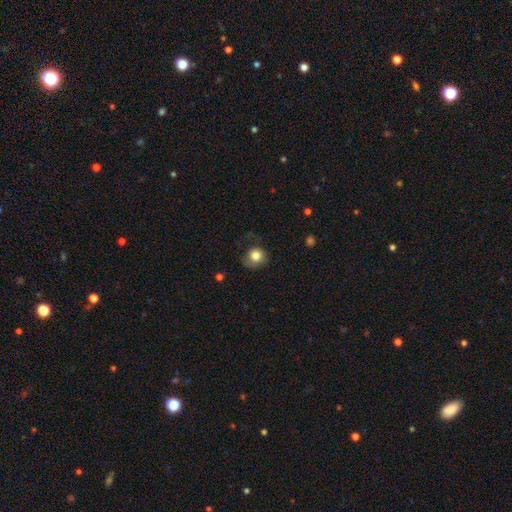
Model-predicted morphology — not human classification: smooth_or_featured: smooth (p=0.81) [alt: featured or disk p=0.10]
how_rounded: round (p=0.79) [alt: in between p=0.20]
merging: none (p=0.55) [alt: minor disturbance p=0.26]